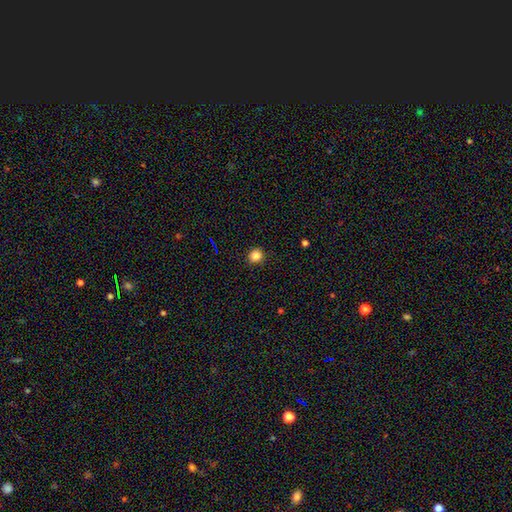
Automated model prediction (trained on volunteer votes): Smooth or featured: smooth — 84% (star or artifact — 12%)
How rounded: round — 89% (in between — 10%)
Merging: none — 90% (minor disturbance — 7%)